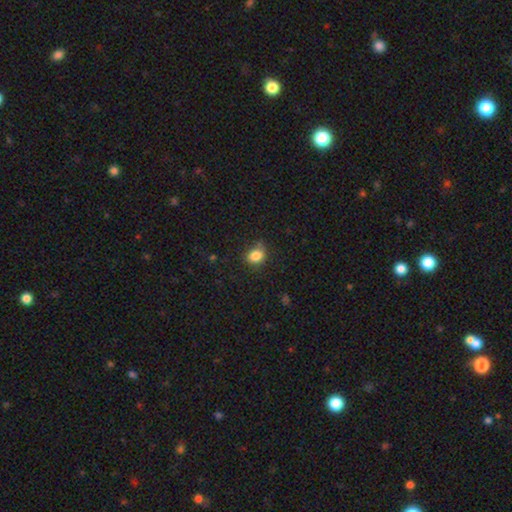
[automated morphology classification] This is clearly a smooth galaxy (84%). How rounded: possibly in between (50%). Merging: likely none (71%).